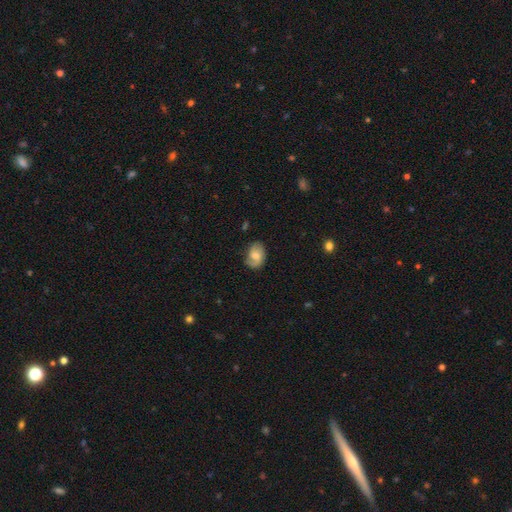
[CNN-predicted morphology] This appears to be a featured or disk galaxy (49%). Merging: none (61%).